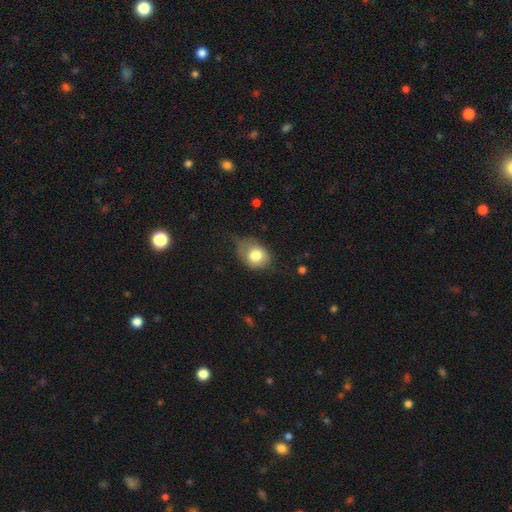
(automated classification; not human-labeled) smooth-or-featured: smooth: 77% | featured or disk: 14% | star or artifact: 9%
  how-rounded: in between: 52% | round: 47% | cigar-shaped: 1%
  merging: none: 41% | minor disturbance: 39% | major disturbance: 18% | merger: 2%